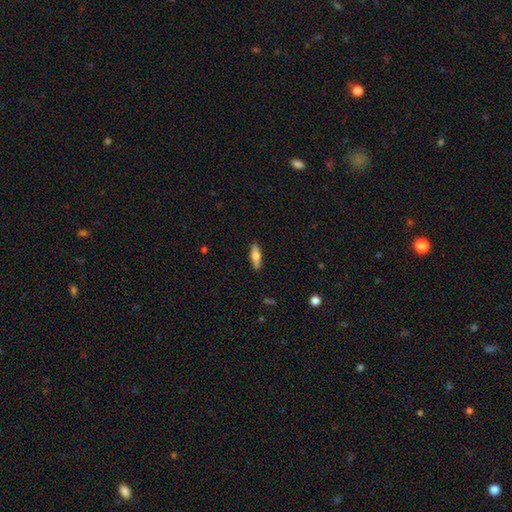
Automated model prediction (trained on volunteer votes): Smooth or featured? smooth (67%)
How rounded? in between (51%)
Merging? none (88%)